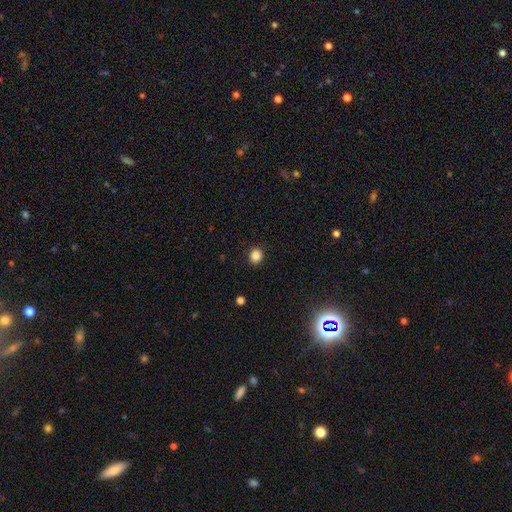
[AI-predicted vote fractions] smooth 86%, star or artifact 11%, featured or disk 4%. Down the decision tree: how rounded — round (78%); merging — none (91%).